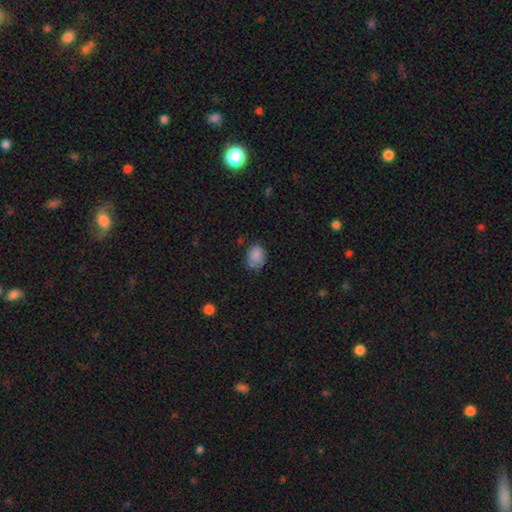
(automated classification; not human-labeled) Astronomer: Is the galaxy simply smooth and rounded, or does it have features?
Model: smooth — 86%.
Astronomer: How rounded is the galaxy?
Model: in between — 63%.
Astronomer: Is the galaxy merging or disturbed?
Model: none — 68%.